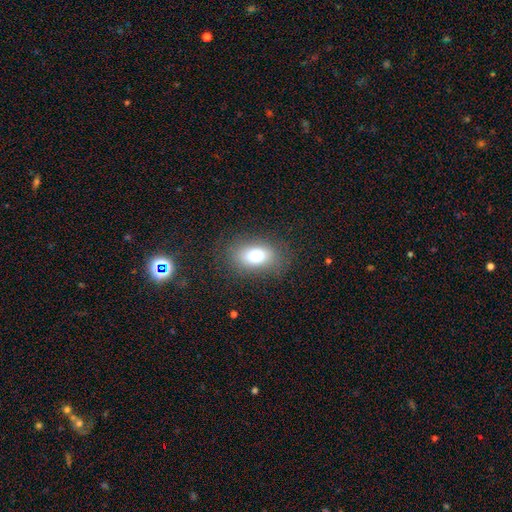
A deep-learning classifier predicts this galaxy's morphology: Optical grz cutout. It shows a smooth galaxy with no disk features (76%) that is in between round and cigar-shaped (82%). Merging: none (81%).